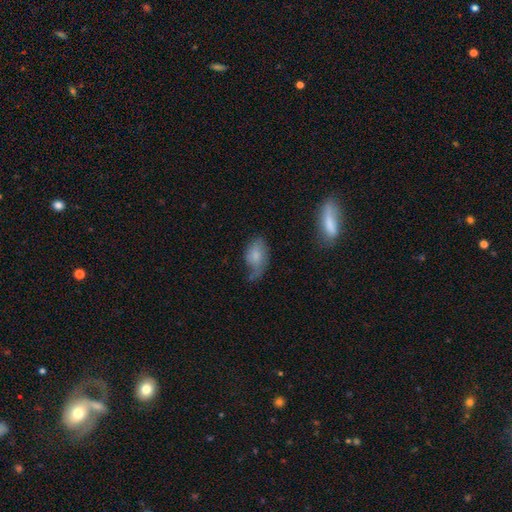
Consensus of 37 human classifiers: A smooth galaxy with no disk features (51%) that is in between round and cigar-shaped (95%). Merging: none (49%).